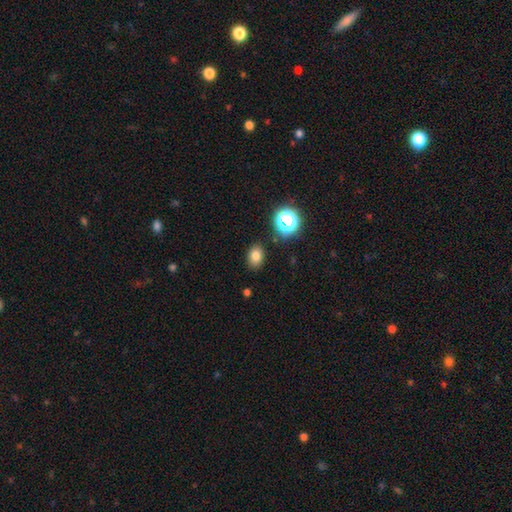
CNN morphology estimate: Smooth or featured: smooth — 78% (star or artifact — 15%)
How rounded: in between — 71% (round — 27%)
Merging: none — 85% (minor disturbance — 10%)